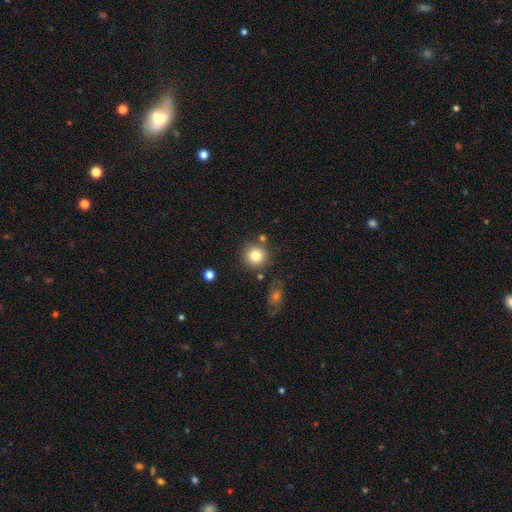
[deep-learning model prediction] Smooth or featured?
  - smooth: 82% *
  - star or artifact: 10%
  - featured or disk: 7%
How rounded?
  - round: 92% *
  - in between: 7%
  - cigar-shaped: 1%
Merging?
  - none: 79% *
  - minor disturbance: 10%
  - merger: 8%
  - major disturbance: 3%